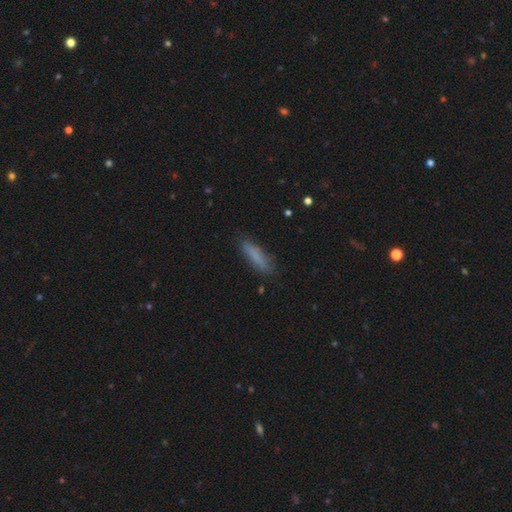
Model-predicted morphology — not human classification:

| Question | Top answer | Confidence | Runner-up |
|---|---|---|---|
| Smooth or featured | smooth | 79% | featured or disk (13%) |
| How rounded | cigar-shaped | 75% | in between (23%) |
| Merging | none | 82% | minor disturbance (13%) |